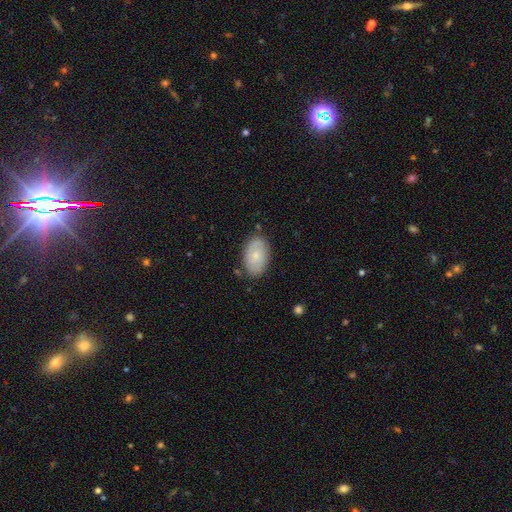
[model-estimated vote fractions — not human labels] Morphology: type=smooth (63%); roundness=in between (90%); merging=none (80%).